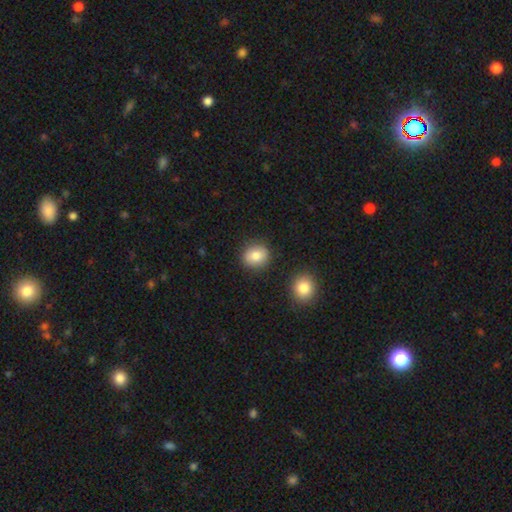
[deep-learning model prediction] smooth_or_featured: smooth (p=0.84) [alt: star or artifact p=0.09]
how_rounded: round (p=0.78) [alt: in between p=0.21]
merging: none (p=0.87) [alt: minor disturbance p=0.08]